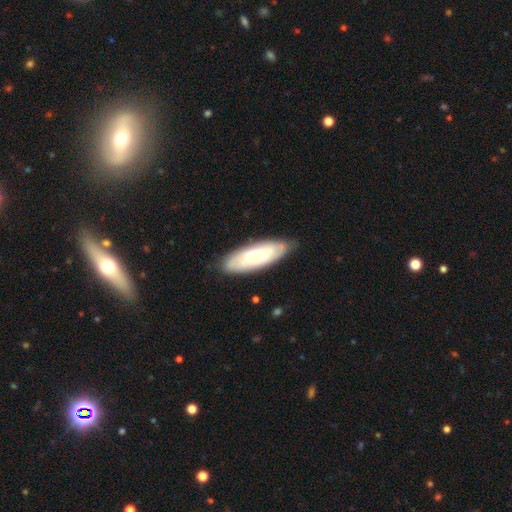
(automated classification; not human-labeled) smooth 58%, featured or disk 36%, star or artifact 6%. Down the decision tree: how rounded — in between (58%); merging — none (80%).